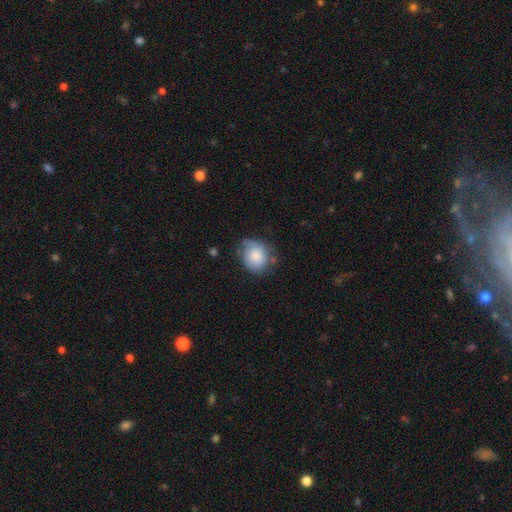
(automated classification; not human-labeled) A smooth galaxy with no disk features (78%) that is round (67%).

Vote fractions:
- Smooth or featured? smooth: 78% / featured or disk: 14% / star or artifact: 7%
- How rounded? round: 67% / in between: 32% / cigar-shaped: 1%
- Merging? none: 54% / minor disturbance: 33% / major disturbance: 9% / merger: 4%